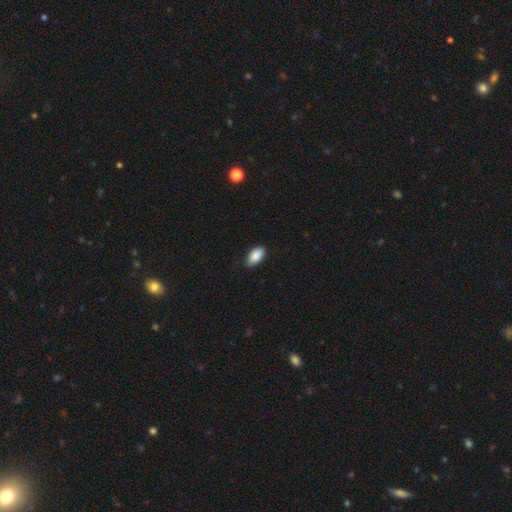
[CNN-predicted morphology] This is clearly a smooth galaxy (88%). How rounded: clearly in between (94%). Merging: clearly none (84%).